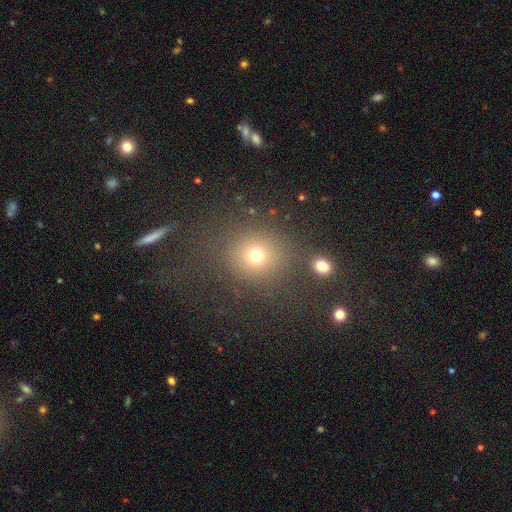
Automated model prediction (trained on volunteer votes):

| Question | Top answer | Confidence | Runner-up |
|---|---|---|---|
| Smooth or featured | smooth | 73% | star or artifact (19%) |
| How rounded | round | 82% | in between (17%) |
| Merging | none | 77% | minor disturbance (9%) |